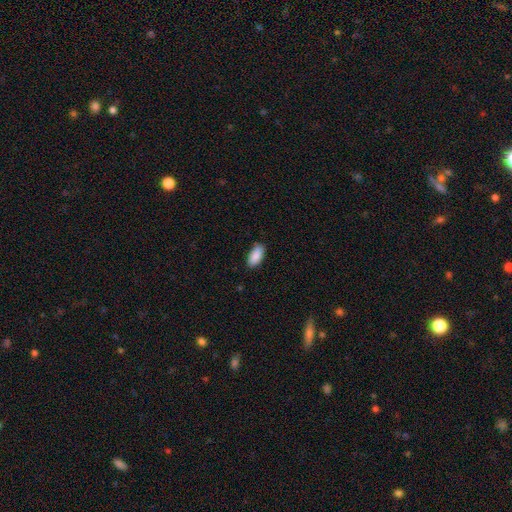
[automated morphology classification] Smooth or featured: smooth — 90% (star or artifact — 6%)
How rounded: in between — 91% (cigar-shaped — 7%)
Merging: none — 86% (minor disturbance — 11%)